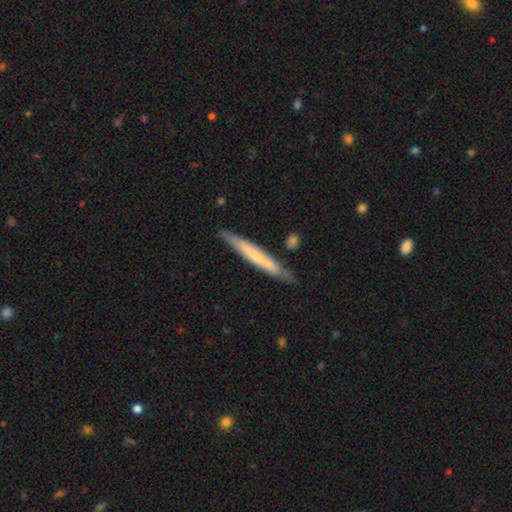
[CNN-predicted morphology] Smooth or featured: smooth — 51% (featured or disk — 44%)
How rounded: cigar-shaped — 95% (in between — 3%)
Merging: none — 81% (minor disturbance — 13%)